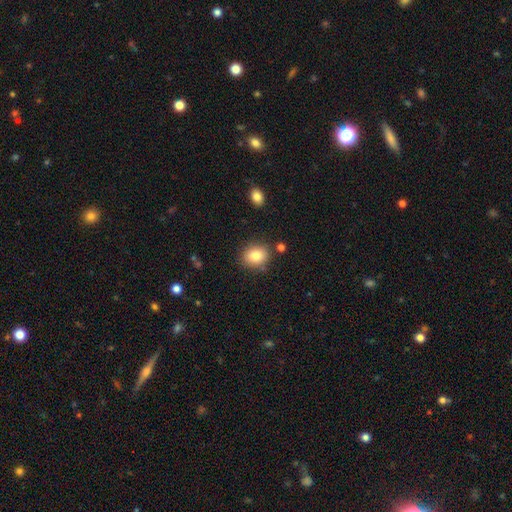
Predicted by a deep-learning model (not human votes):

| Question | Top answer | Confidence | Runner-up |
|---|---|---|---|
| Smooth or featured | smooth | 84% | star or artifact (9%) |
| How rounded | round | 56% | in between (43%) |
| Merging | none | 83% | minor disturbance (11%) |